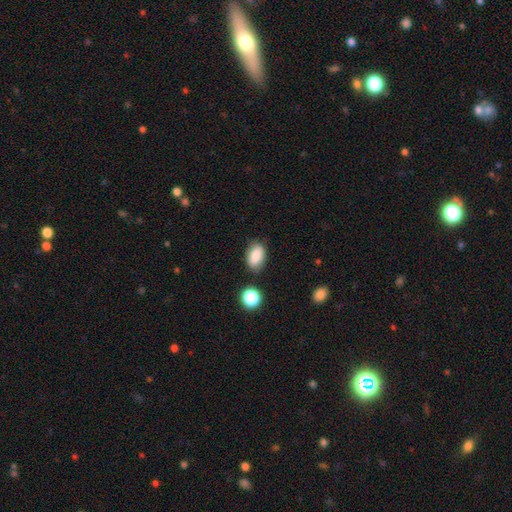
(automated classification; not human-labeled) smooth 84%, star or artifact 8%, featured or disk 7%. Down the decision tree: how rounded — in between (89%); merging — none (78%).